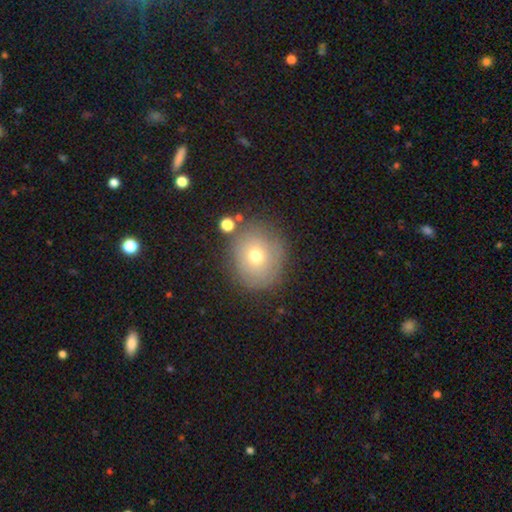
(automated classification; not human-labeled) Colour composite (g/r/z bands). It shows a smooth galaxy with no disk features (67%) that is round (81%). Merging: none (78%).